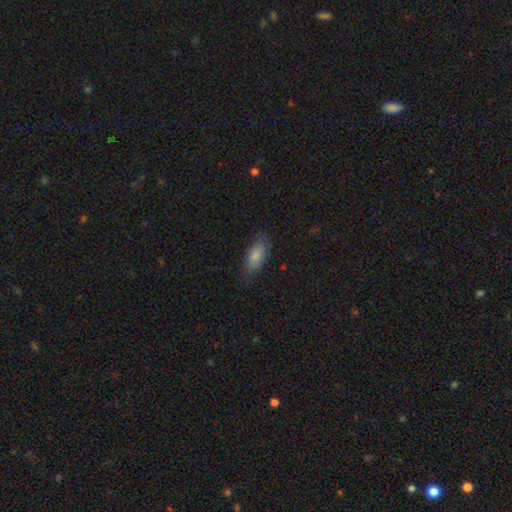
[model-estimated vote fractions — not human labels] Morphology: type=smooth (83%); roundness=in between (86%); merging=none (75%).